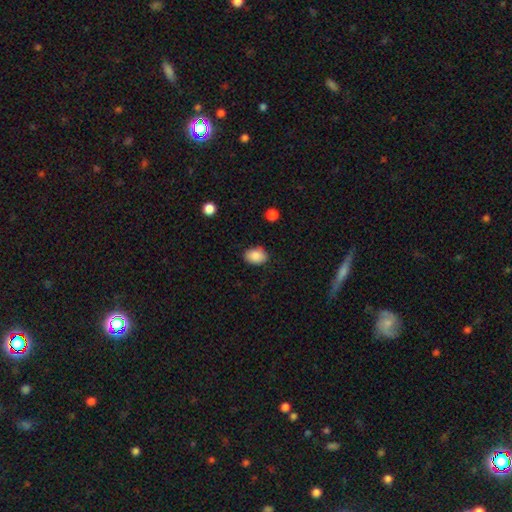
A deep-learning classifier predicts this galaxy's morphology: type=smooth (88%); roundness=in between (74%); merging=none (82%).